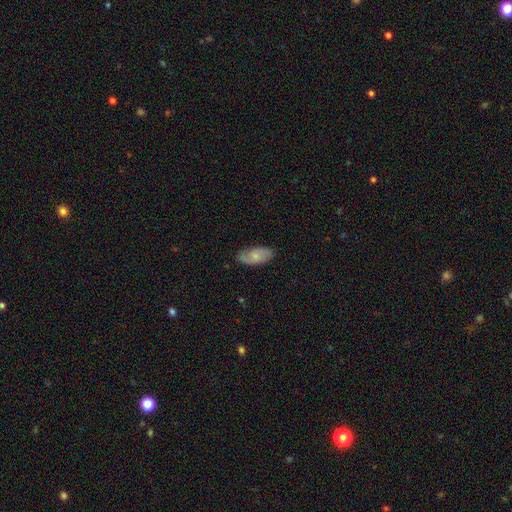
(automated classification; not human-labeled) Overall: smooth (59%; featured or disk 35%). How rounded: in between (91%). Merging: none (82%).